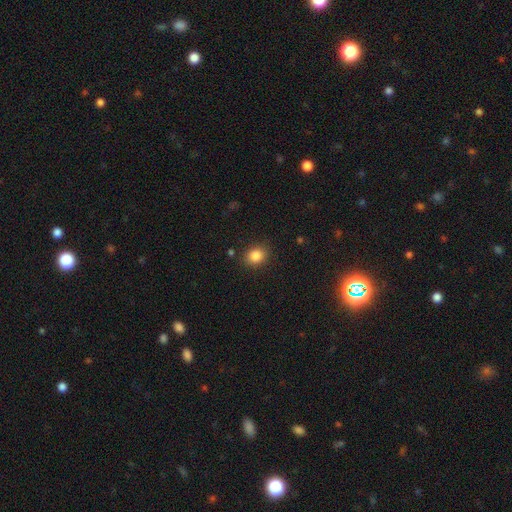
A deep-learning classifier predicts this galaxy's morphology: This is clearly a smooth galaxy (84%). How rounded: possibly round (59%). Merging: clearly none (85%).